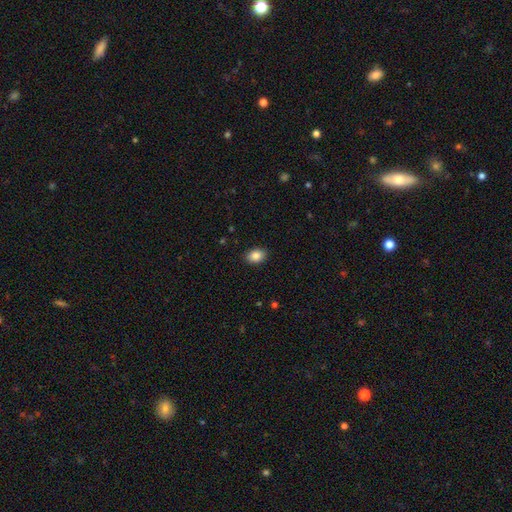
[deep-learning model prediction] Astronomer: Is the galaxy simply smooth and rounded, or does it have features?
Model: smooth — 86%.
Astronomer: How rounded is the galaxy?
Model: in between — 77%.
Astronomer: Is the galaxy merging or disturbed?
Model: none — 89%.